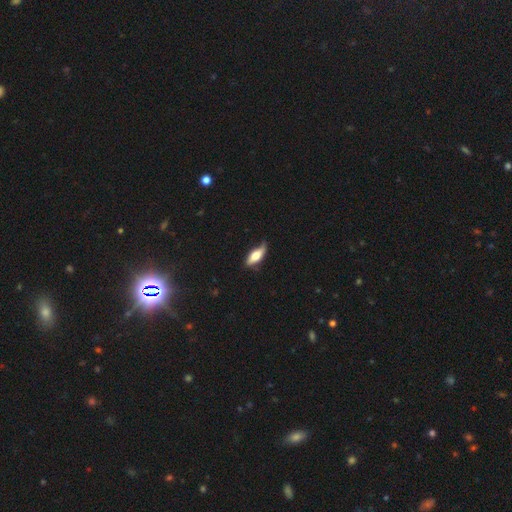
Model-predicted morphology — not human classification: A smooth galaxy with no disk features (64%) that is in between round and cigar-shaped (71%).

Vote fractions:
- Smooth or featured? smooth: 64% / featured or disk: 30% / star or artifact: 6%
- How rounded? in between: 71% / cigar-shaped: 27% / round: 3%
- Merging? none: 62% / minor disturbance: 30% / major disturbance: 6% / merger: 2%